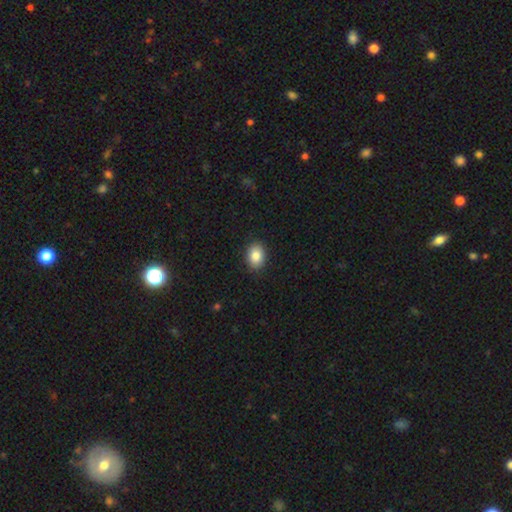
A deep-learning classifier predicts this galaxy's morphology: smooth 86%, star or artifact 8%, featured or disk 6%. Down the decision tree: how rounded — in between (72%); merging — none (89%).